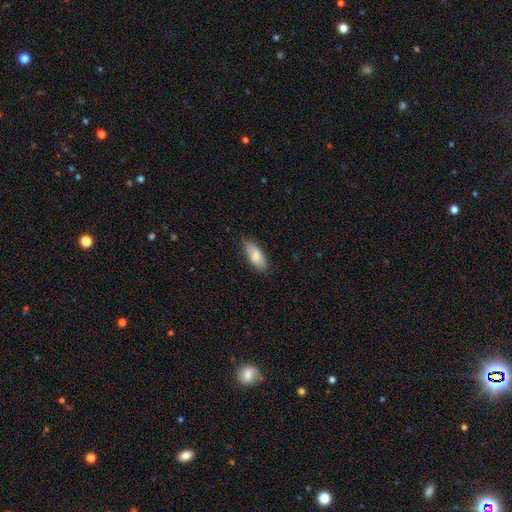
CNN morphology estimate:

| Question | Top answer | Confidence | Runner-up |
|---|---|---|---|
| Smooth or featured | smooth | 79% | featured or disk (15%) |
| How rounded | in between | 79% | cigar-shaped (19%) |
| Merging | none | 75% | minor disturbance (21%) |